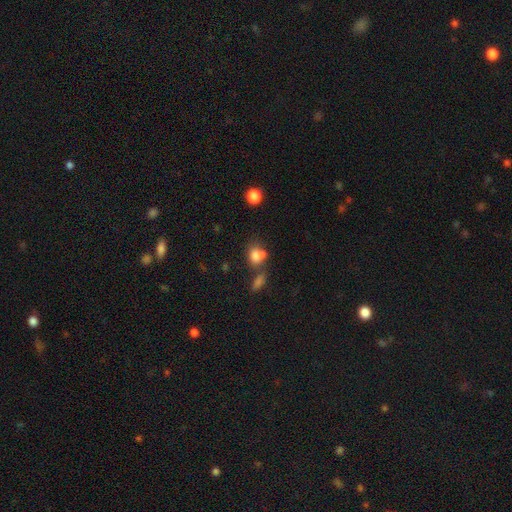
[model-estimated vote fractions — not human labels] Smooth or featured? smooth (78%)
How rounded? round (50%)
Merging? none (43%)